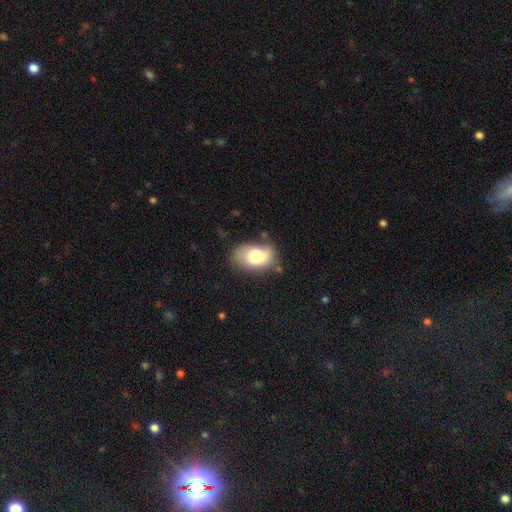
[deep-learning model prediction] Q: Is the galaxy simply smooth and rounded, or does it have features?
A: smooth — 76%.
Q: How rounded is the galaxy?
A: in between — 88%.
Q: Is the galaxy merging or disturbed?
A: none — 61%.